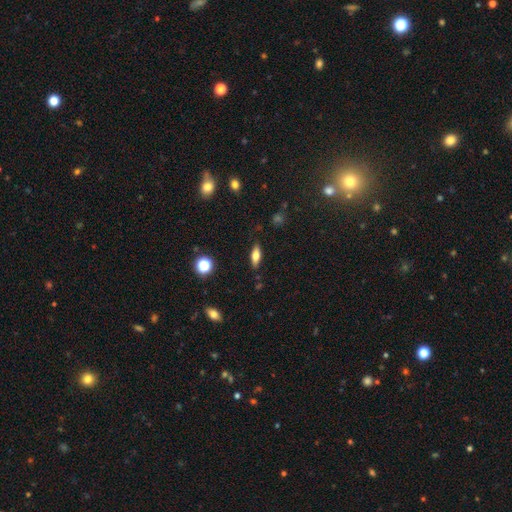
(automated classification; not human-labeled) smooth-or-featured: smooth: 65% | featured or disk: 26% | star or artifact: 9%
  how-rounded: in between: 67% | cigar-shaped: 29% | round: 4%
  merging: none: 85% | minor disturbance: 11% | major disturbance: 3% | merger: 2%